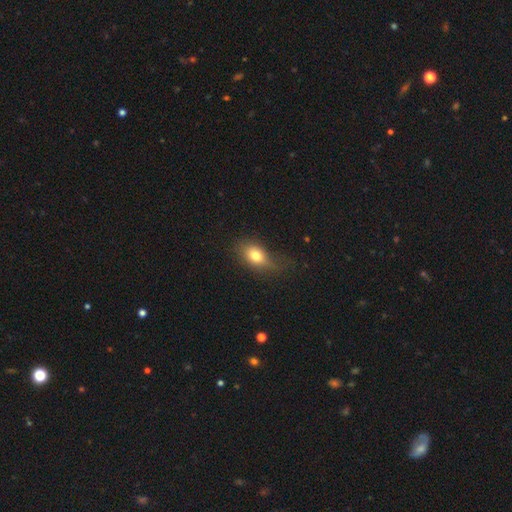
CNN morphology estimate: This appears to be a smooth galaxy with no disk features (77%) that is in between round and cigar-shaped (77%). Merging: none (52%).